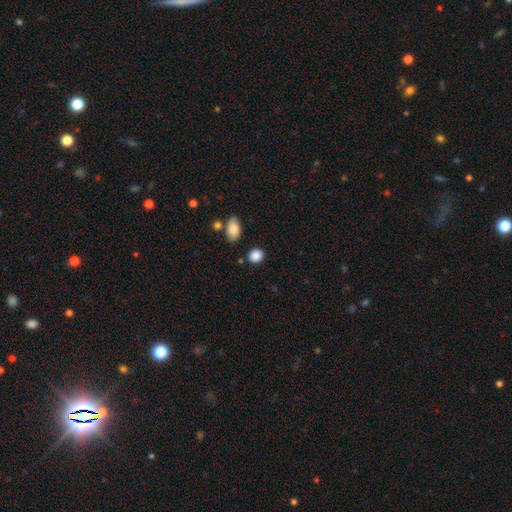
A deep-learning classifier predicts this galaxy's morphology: type=smooth (88%); roundness=round (67%); merging=none (83%).